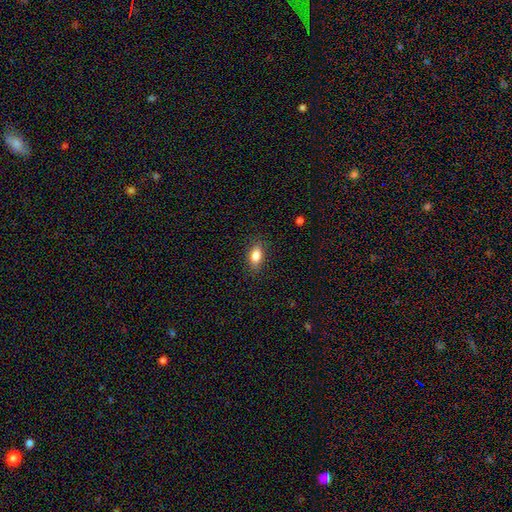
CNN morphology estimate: A smooth galaxy with no disk features (84%) that is in between round and cigar-shaped (85%). Merging: none (86%).